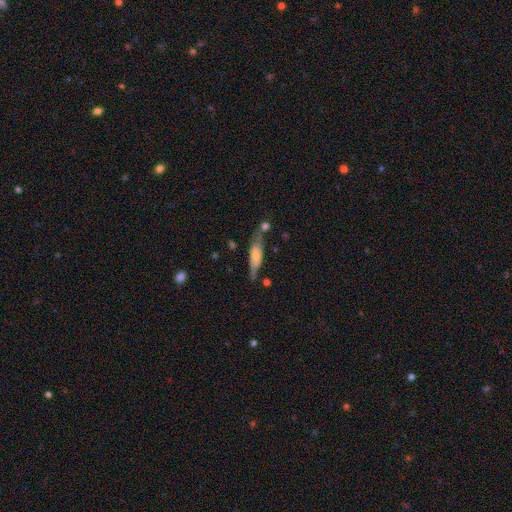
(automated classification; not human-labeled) Smooth or featured? smooth (51%)
How rounded? cigar-shaped (63%)
Merging? none (57%)